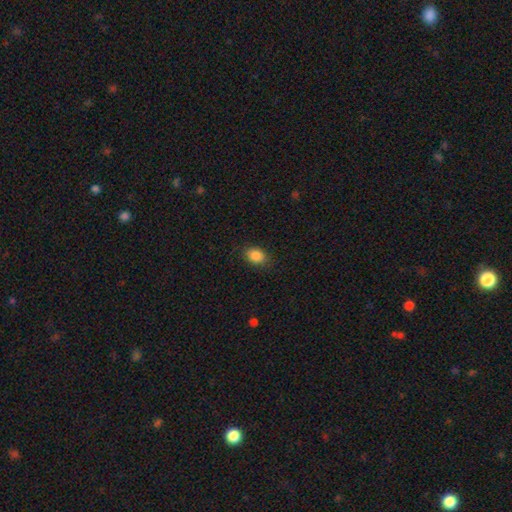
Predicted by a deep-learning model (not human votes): smooth 87%, star or artifact 9%, featured or disk 4%. Down the decision tree: how rounded — in between (74%); merging — none (85%).